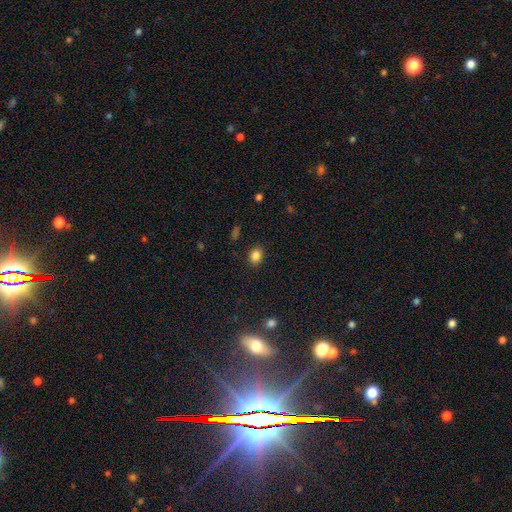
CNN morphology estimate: Q: Smooth or featured?
A: smooth (84%); runner-up: star or artifact (11%)
Q: How rounded?
A: in between (51%); runner-up: round (48%)
Q: Merging?
A: none (88%); runner-up: minor disturbance (8%)